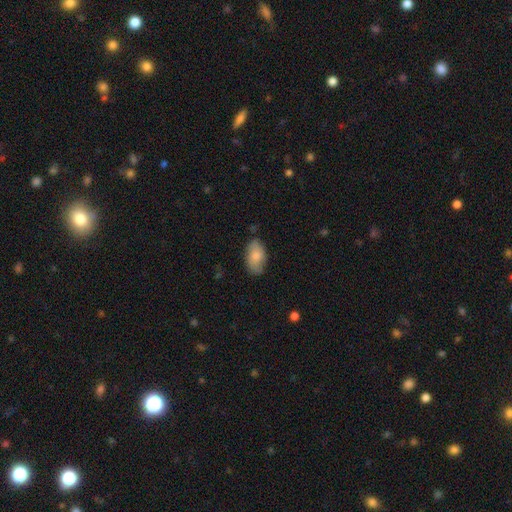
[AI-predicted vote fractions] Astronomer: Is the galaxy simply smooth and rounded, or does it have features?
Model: smooth — 80%.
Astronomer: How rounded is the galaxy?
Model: in between — 94%.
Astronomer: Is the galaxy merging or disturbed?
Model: none — 75%.